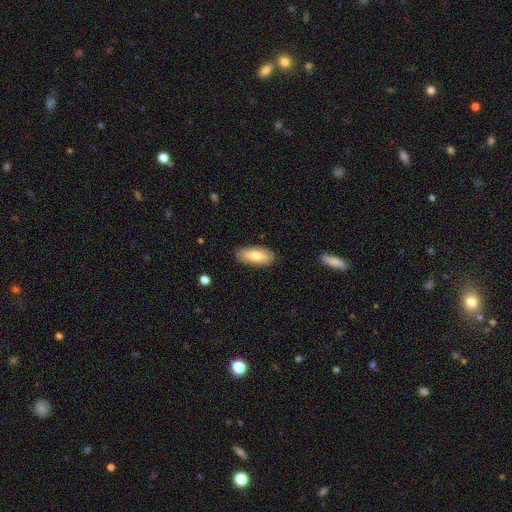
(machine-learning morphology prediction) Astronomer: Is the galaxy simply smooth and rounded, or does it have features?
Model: smooth — 71%.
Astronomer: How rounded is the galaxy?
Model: in between — 84%.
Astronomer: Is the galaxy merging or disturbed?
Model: none — 87%.